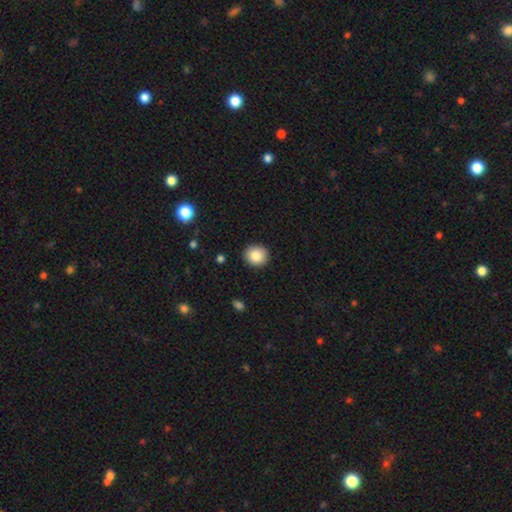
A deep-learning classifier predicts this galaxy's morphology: Smooth or featured? smooth (85%)
How rounded? round (90%)
Merging? none (92%)